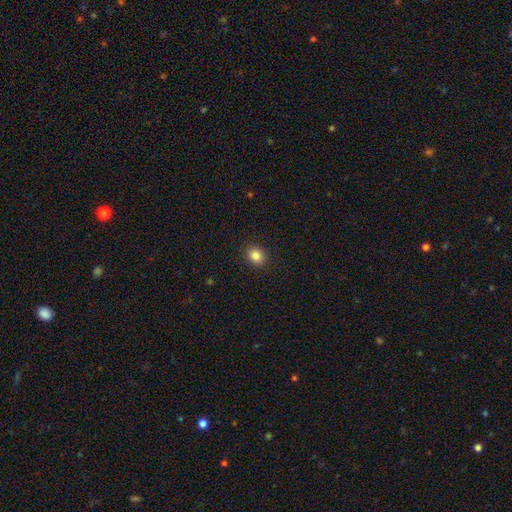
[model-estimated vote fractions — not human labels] Smooth or featured?
  - smooth: 85% *
  - star or artifact: 10%
  - featured or disk: 5%
How rounded?
  - round: 62% *
  - in between: 37%
  - cigar-shaped: 1%
Merging?
  - none: 91% *
  - minor disturbance: 6%
  - major disturbance: 2%
  - merger: 1%